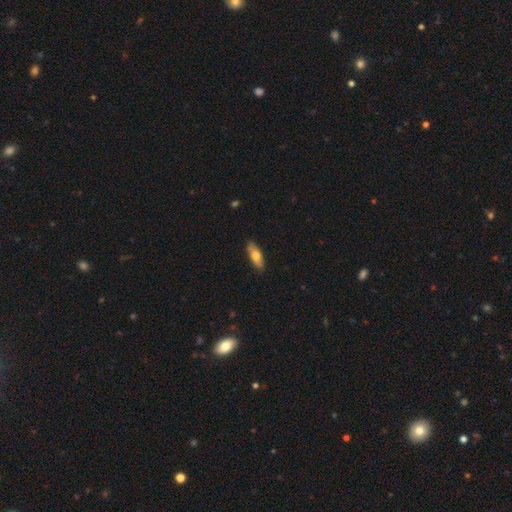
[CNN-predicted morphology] smooth 68%, featured or disk 26%, star or artifact 6%. Down the decision tree: how rounded — in between (65%); merging — none (86%).